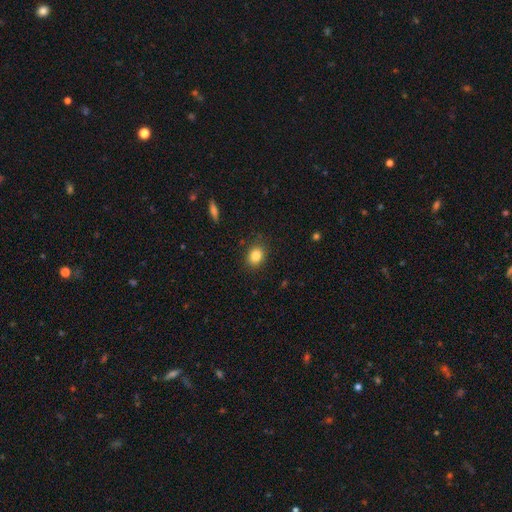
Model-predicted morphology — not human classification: This is clearly a smooth galaxy (84%). How rounded: possibly in between (50%). Merging: clearly none (86%).